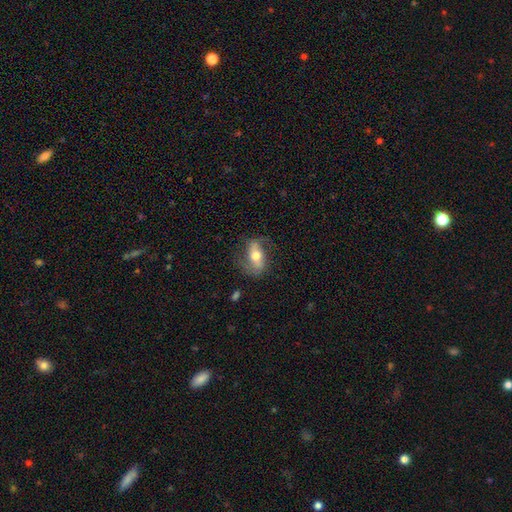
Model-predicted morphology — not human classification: A featured or disk galaxy (58%) with a strong bar (44%), spiral arms (76%) and a moderate central bulge (63%). Merging: none (67%).